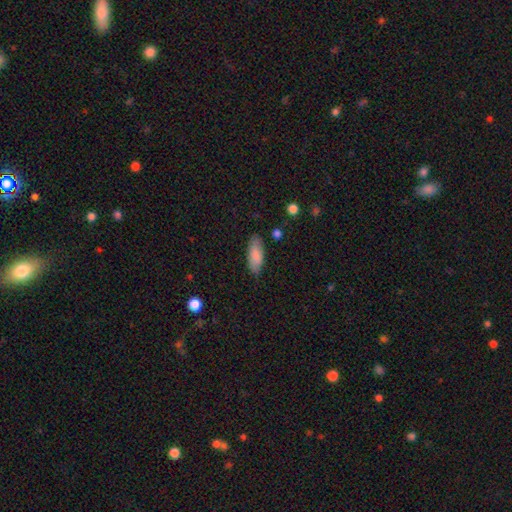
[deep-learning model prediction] Smooth or featured? smooth (84%)
How rounded? in between (79%)
Merging? none (80%)